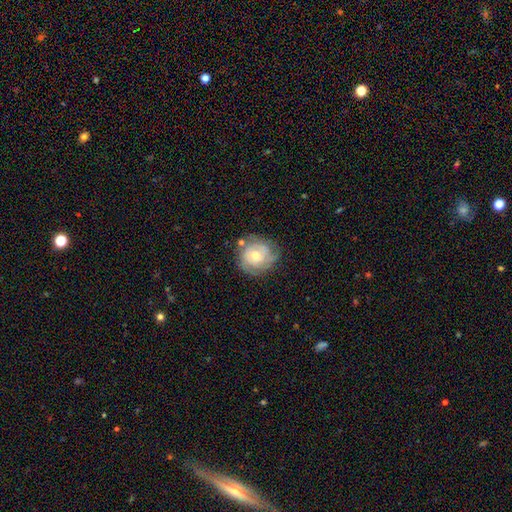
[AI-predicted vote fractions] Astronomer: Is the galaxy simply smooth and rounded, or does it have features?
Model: featured or disk — 62%.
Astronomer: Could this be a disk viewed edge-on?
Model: no — 97%.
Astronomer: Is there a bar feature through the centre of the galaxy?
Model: no — 76%.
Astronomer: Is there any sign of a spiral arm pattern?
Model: yes — 78%.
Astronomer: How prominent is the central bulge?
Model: moderate — 53% (runner-up: small, 40%).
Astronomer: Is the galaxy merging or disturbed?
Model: none — 66%.